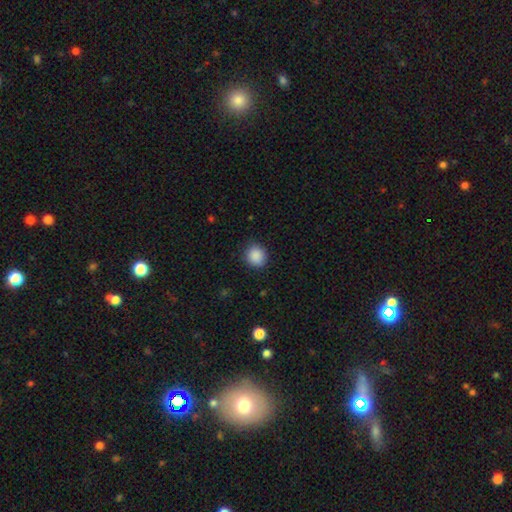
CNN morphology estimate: Q: Smooth or featured?
A: smooth (89%); runner-up: star or artifact (8%)
Q: How rounded?
A: round (83%); runner-up: in between (16%)
Q: Merging?
A: none (86%); runner-up: minor disturbance (10%)